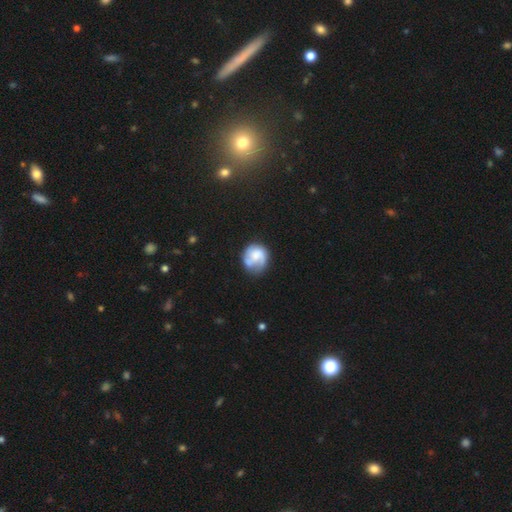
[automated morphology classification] Smooth or featured: featured or disk — 47% (smooth — 45%)
Merging: none — 54% (minor disturbance — 26%)